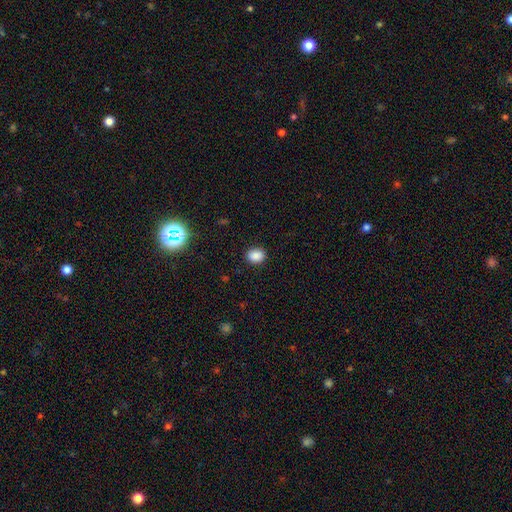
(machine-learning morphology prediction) A smooth galaxy with no disk features (86%) that is in between round and cigar-shaped (51%). Merging: none (89%).